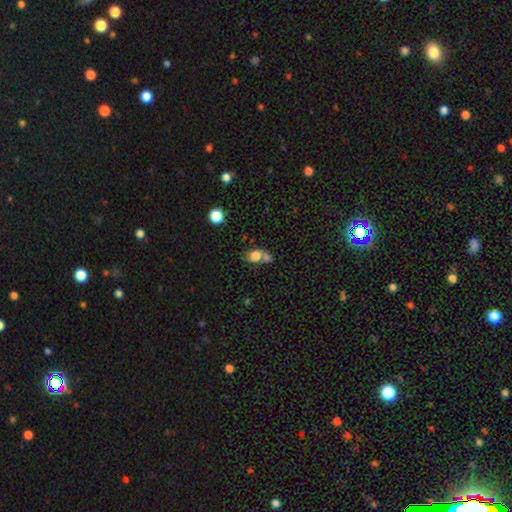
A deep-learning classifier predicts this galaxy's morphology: This is likely a smooth galaxy (76%). How rounded: possibly round (52%). Merging: possibly merger (52%).